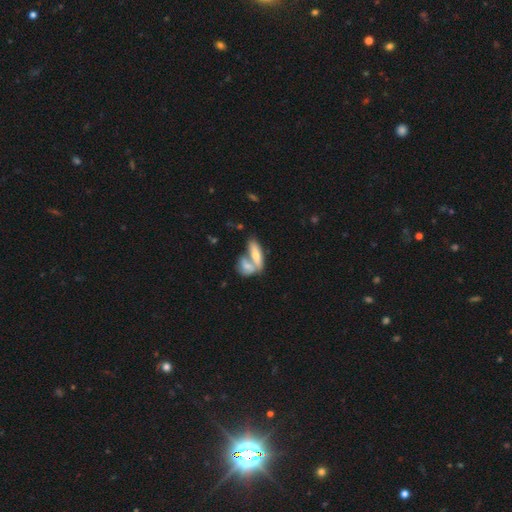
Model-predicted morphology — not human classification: The model was most divided on "smooth or featured": smooth: 58%, featured or disk: 35%, star or artifact: 7%. More confident: merging — merger (62%); how rounded — in between (61%).